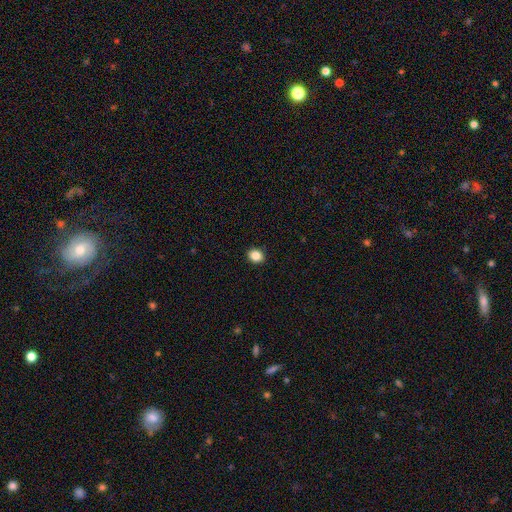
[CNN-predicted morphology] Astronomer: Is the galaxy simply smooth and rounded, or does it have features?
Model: smooth — 86%.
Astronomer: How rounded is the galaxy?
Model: round — 65%.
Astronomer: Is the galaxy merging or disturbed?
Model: none — 92%.